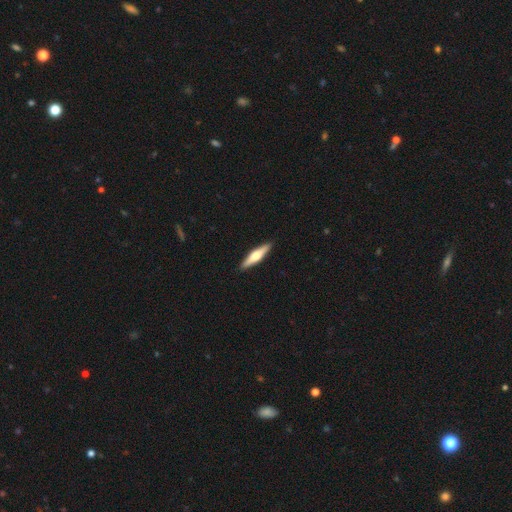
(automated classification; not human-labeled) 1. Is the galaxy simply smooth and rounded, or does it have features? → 55% featured or disk, 40% smooth, 5% star or artifact.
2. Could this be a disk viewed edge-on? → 96% yes, 4% no.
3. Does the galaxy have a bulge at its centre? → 91% rounded, 6% boxy, 3% none.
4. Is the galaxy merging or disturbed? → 91% none, 6% minor disturbance, 1% major disturbance, 1% merger.